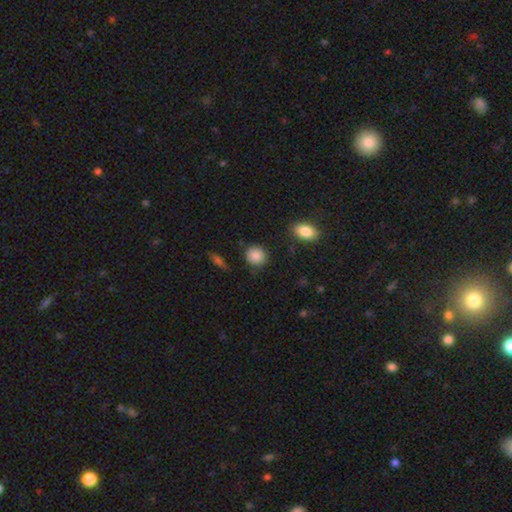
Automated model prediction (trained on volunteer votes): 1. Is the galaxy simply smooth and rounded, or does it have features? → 88% smooth, 8% star or artifact, 5% featured or disk.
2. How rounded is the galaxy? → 83% round, 15% in between, 1% cigar-shaped.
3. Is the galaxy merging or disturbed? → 85% none, 10% minor disturbance, 3% major disturbance, 2% merger.